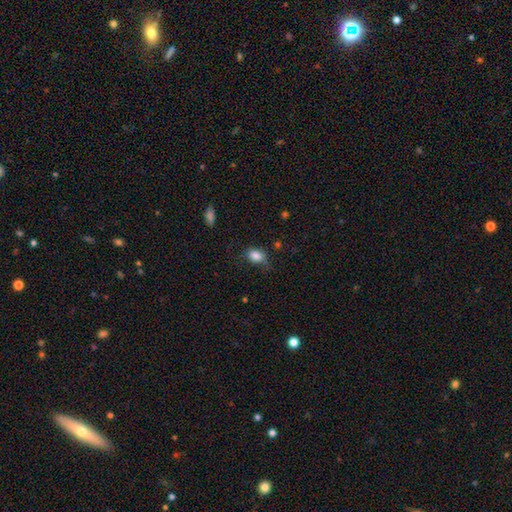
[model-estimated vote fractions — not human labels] smooth-or-featured: smooth: 84% | star or artifact: 9% | featured or disk: 7%
  how-rounded: in between: 70% | round: 28% | cigar-shaped: 1%
  merging: none: 60% | minor disturbance: 28% | major disturbance: 10% | merger: 2%